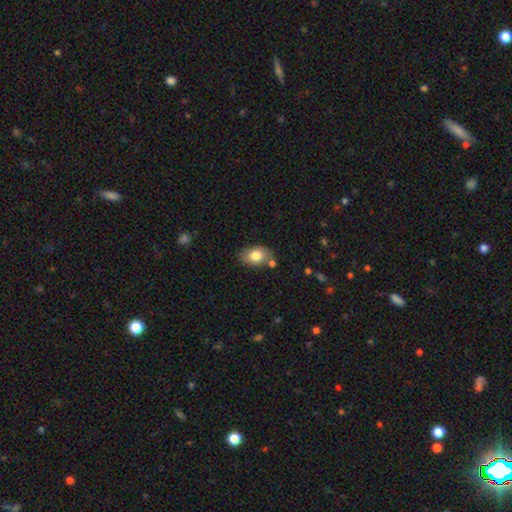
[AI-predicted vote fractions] Overall: smooth (80%). How rounded: in between (81%). Merging: none (73%).